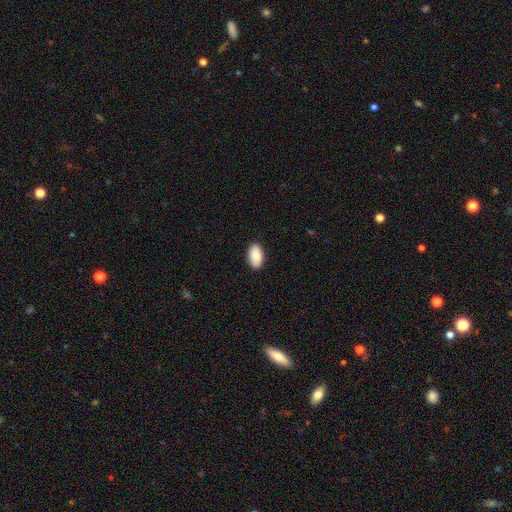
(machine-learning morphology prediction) Smooth or featured: smooth — 87% (featured or disk — 6%)
How rounded: in between — 94% (round — 4%)
Merging: none — 90% (minor disturbance — 7%)